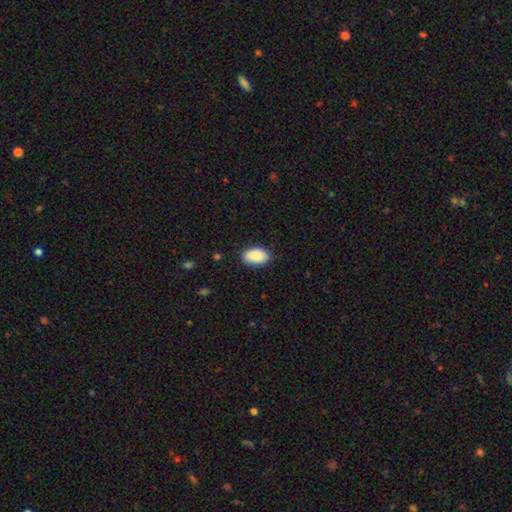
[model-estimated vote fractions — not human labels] Morphology: type=smooth (88%); roundness=in between (92%); merging=none (80%).